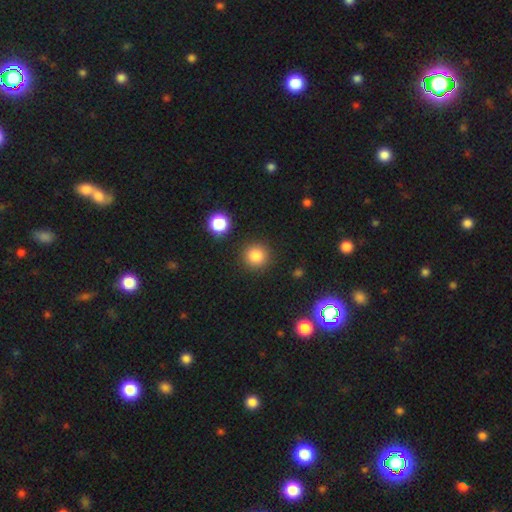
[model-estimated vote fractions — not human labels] Q: Smooth or featured?
A: smooth (83%); runner-up: star or artifact (12%)
Q: How rounded?
A: round (94%); runner-up: in between (5%)
Q: Merging?
A: none (89%); runner-up: minor disturbance (6%)